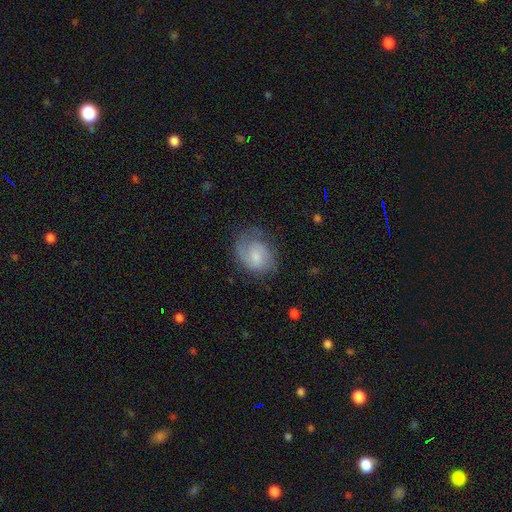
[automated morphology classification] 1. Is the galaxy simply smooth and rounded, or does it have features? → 53% featured or disk, 40% smooth, 8% star or artifact.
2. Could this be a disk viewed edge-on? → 97% no, 3% yes.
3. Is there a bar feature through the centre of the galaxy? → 49% no, 44% weak, 7% strong.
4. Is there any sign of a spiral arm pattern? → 86% yes, 14% no.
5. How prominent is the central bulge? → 44% small, 33% moderate, 16% none, 5% large, 1% dominant.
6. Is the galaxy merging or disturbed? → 59% none, 25% minor disturbance, 14% major disturbance, 2% merger.